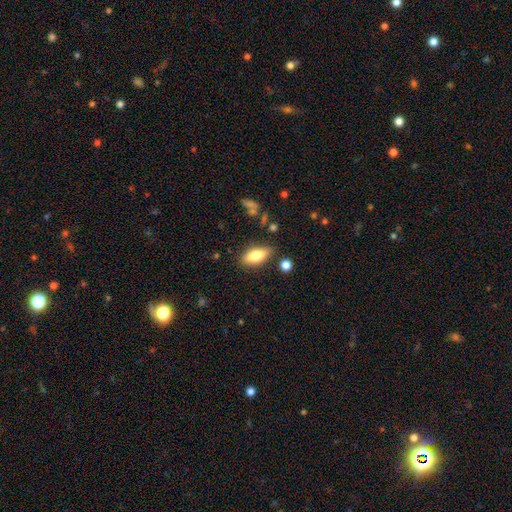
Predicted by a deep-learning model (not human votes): Overall: smooth (74%). How rounded: in between (79%). Merging: none (82%).